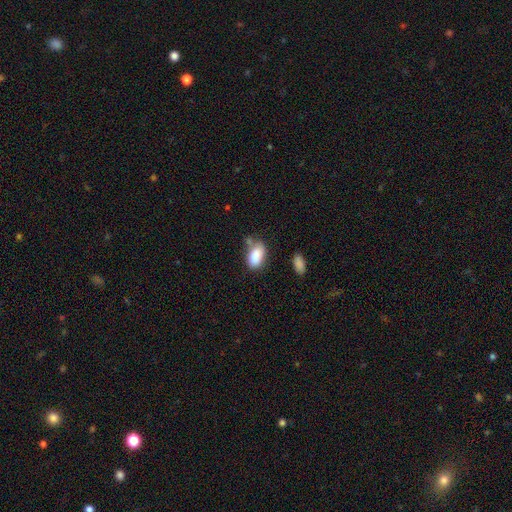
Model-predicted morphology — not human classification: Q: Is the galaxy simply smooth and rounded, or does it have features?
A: smooth — 86%.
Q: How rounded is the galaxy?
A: in between — 93%.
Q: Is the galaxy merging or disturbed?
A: none — 57%.